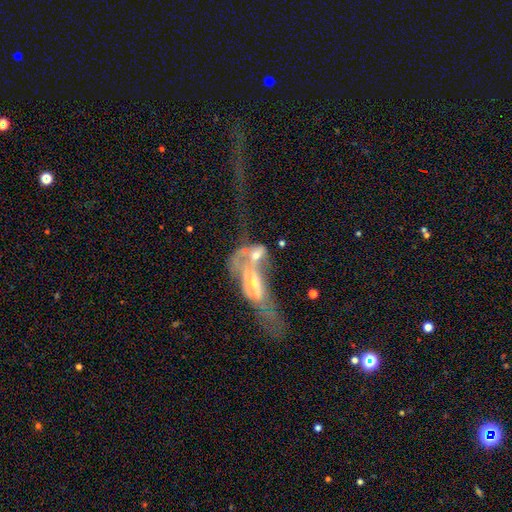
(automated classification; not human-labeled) Morphology: type=featured or disk (58%); edge-on=no (83%); merging=merger (68%).